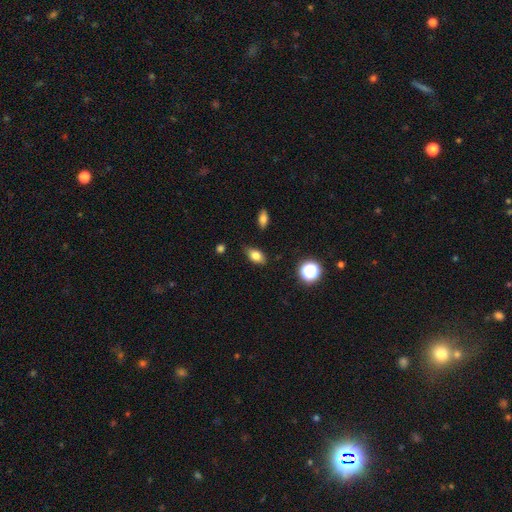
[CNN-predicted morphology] Smooth or featured?
  - smooth: 80% *
  - star or artifact: 10%
  - featured or disk: 10%
How rounded?
  - in between: 84% *
  - round: 12%
  - cigar-shaped: 4%
Merging?
  - none: 79% *
  - minor disturbance: 16%
  - major disturbance: 3%
  - merger: 2%